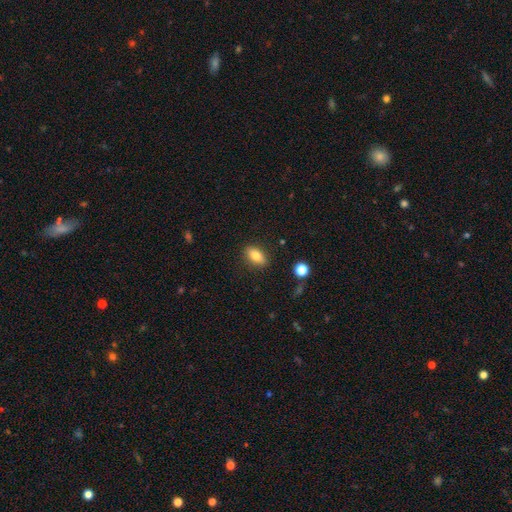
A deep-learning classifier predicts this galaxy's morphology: type=smooth (80%); roundness=in between (84%); merging=none (87%).